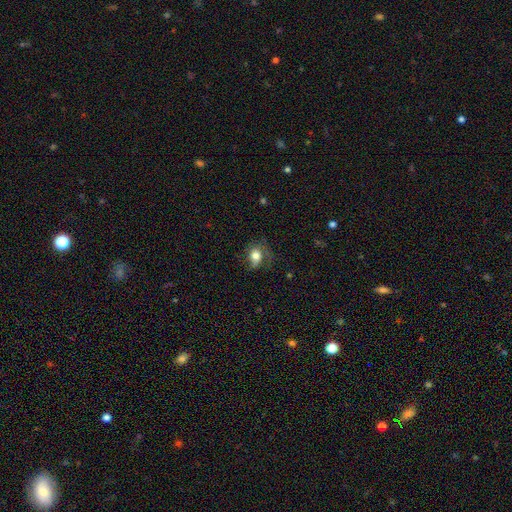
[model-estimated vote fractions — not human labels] A smooth galaxy with no disk features (63%) that is in between round and cigar-shaped (51%). Merging: none (46%).